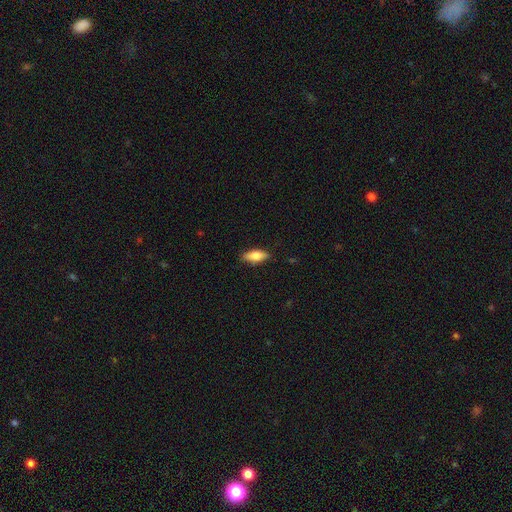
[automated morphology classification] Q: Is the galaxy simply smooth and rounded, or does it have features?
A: smooth — 73%.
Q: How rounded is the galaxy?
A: in between — 73%.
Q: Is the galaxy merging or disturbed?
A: none — 85%.